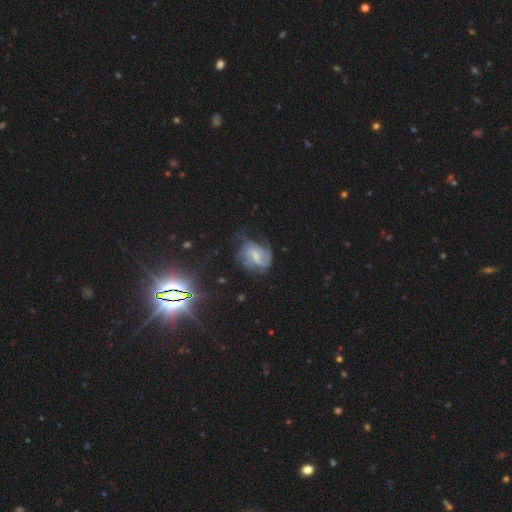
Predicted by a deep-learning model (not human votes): Smooth or featured?
  - featured or disk: 67% *
  - smooth: 23%
  - star or artifact: 11%
Edge-on disk?
  - no: 97% *
  - yes: 3%
Bar?
  - weak: 48% *
  - no: 41%
  - strong: 11%
Spiral arms?
  - yes: 83% *
  - no: 17%
Spiral winding?
  - medium: 43% *
  - tight: 33%
  - loose: 24%
Spiral arm count?
  - can't tell: 35% *
  - 2: 33%
  - 3: 17%
  - 1: 7%
  - 4: 5%
  - more than 4: 3%
Bulge size?
  - small: 55% *
  - moderate: 31%
  - none: 11%
  - large: 2%
  - dominant: 1%
Merging?
  - none: 41% *
  - minor disturbance: 29%
  - major disturbance: 28%
  - merger: 3%